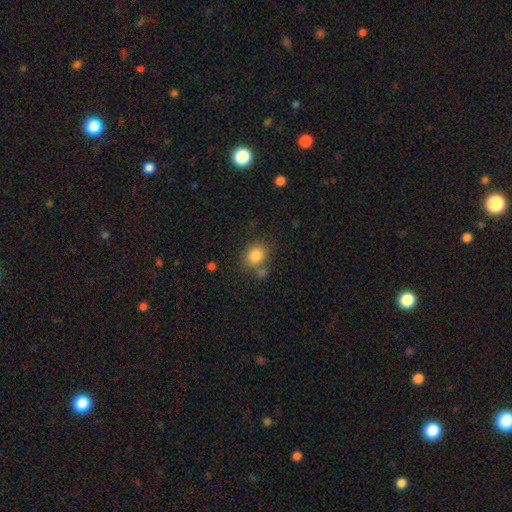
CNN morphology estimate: type=smooth (83%); roundness=round (69%); merging=none (64%).